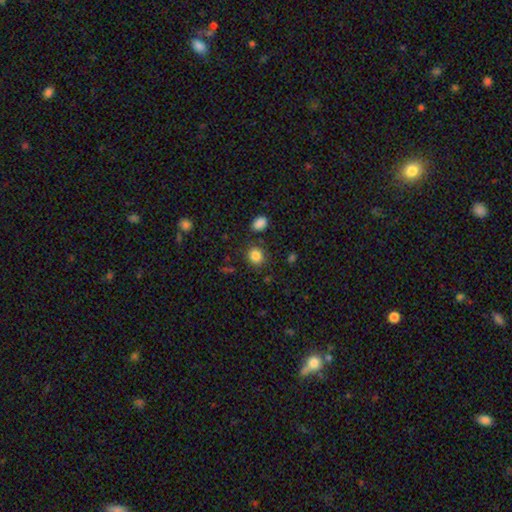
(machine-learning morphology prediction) A smooth galaxy with no disk features (85%) that is round (80%). Merging: none (83%).